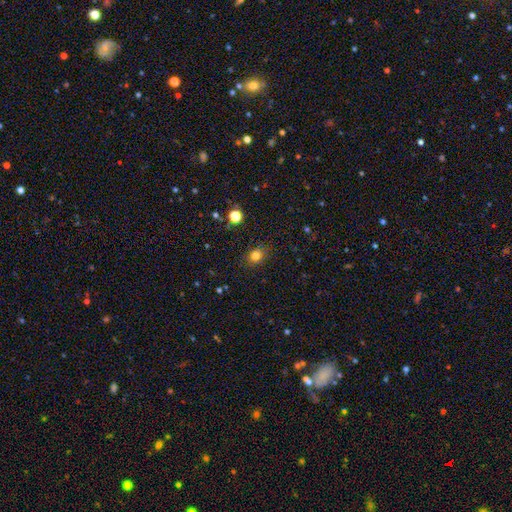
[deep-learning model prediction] A smooth galaxy with no disk features (79%) that is round (56%). Merging: none (86%).